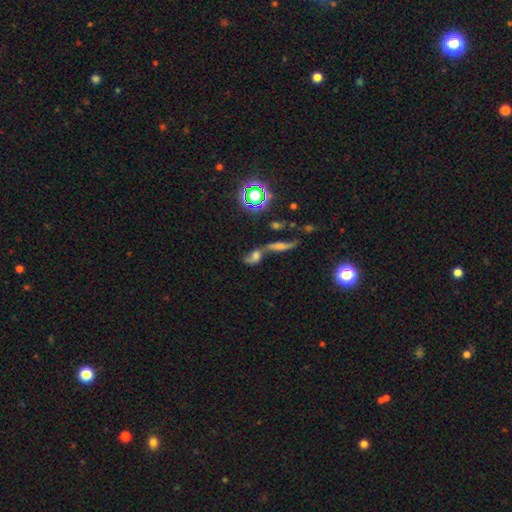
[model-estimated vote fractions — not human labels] Overall: featured or disk (40%; smooth 39%). Merging: merger (68%).